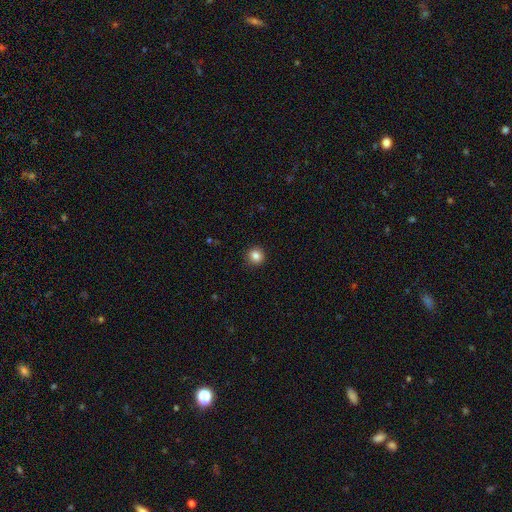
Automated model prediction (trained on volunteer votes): Morphology: type=smooth (85%); roundness=round (93%); merging=none (92%).